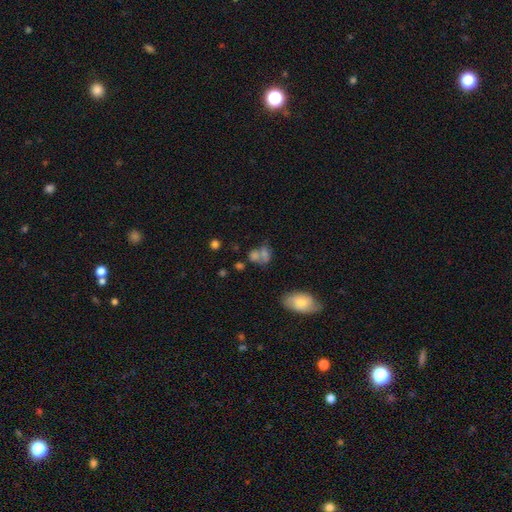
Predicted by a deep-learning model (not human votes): This appears to be a smooth galaxy with no disk features (62%) that is in between round and cigar-shaped (56%). Merging: merger (44%).